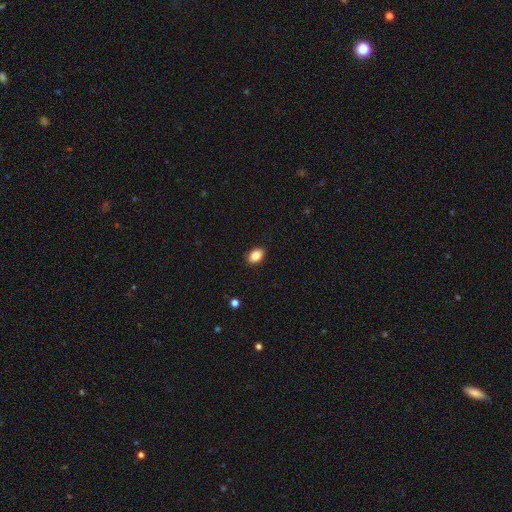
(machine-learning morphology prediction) type=smooth (86%); roundness=in between (82%); merging=none (89%).